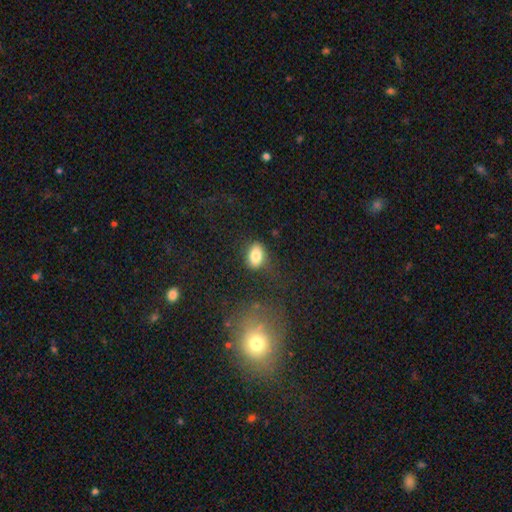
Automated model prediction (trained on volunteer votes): A smooth galaxy with no disk features (82%) that is in between round and cigar-shaped (84%). Merging: none (74%).